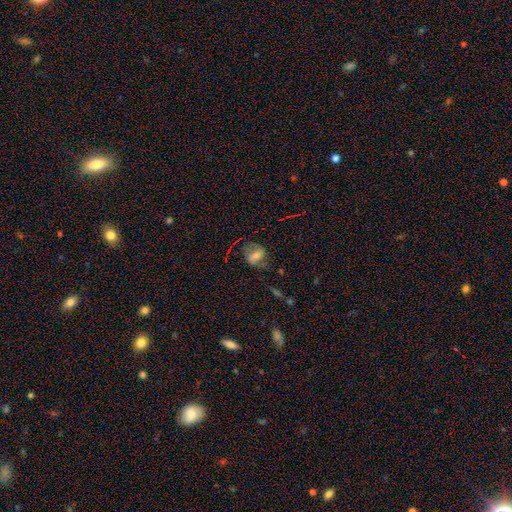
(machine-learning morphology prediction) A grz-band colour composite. It shows a featured or disk galaxy (57%) with a weak bar (42%), spiral arms (81%) and a moderate central bulge (43%). Merging: none (65%).